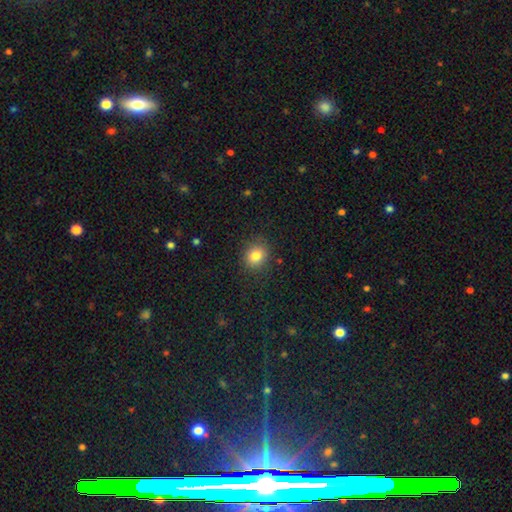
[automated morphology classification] smooth-or-featured: smooth: 82% | star or artifact: 11% | featured or disk: 7%
  how-rounded: round: 68% | in between: 31% | cigar-shaped: 1%
  merging: none: 86% | minor disturbance: 10% | major disturbance: 3% | merger: 1%